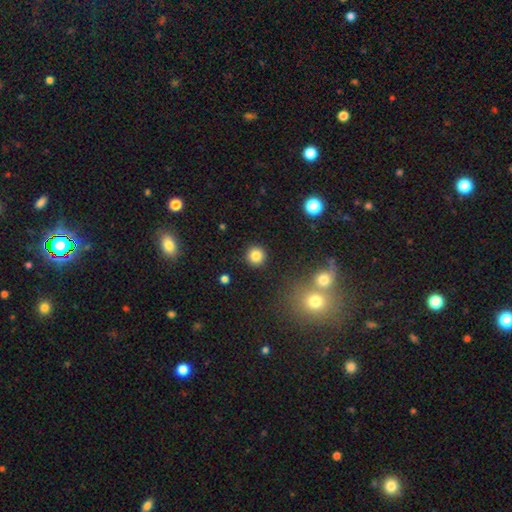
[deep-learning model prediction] Q: Smooth or featured?
A: smooth (84%); runner-up: star or artifact (11%)
Q: How rounded?
A: round (94%); runner-up: in between (5%)
Q: Merging?
A: none (91%); runner-up: minor disturbance (5%)